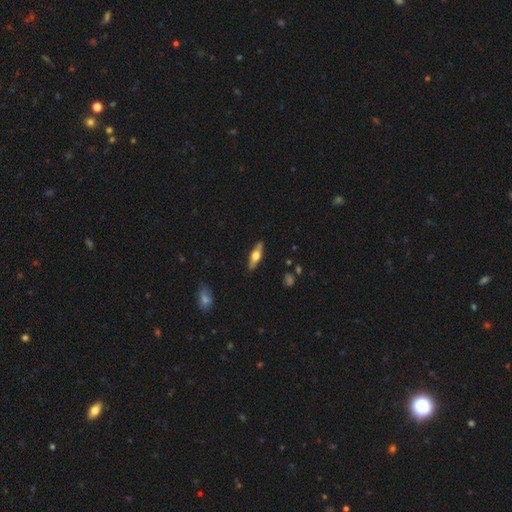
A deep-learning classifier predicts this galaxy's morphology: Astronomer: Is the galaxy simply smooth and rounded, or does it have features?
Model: featured or disk — 52% (runner-up: smooth, 42%).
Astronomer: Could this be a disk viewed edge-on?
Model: yes — 92%.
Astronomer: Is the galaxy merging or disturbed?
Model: none — 88%.